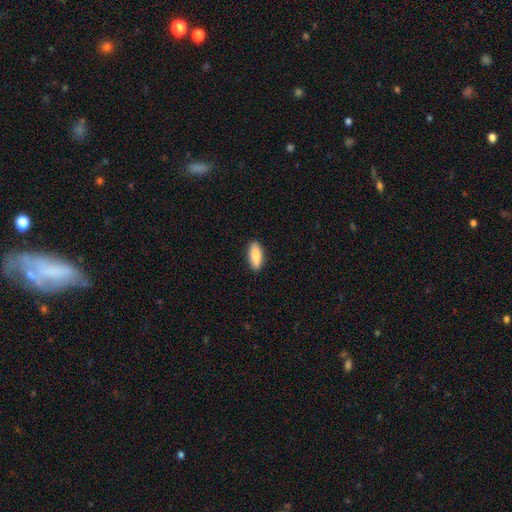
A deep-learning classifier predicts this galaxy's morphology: This is clearly a smooth galaxy (86%). How rounded: likely in between (74%). Merging: clearly none (88%).